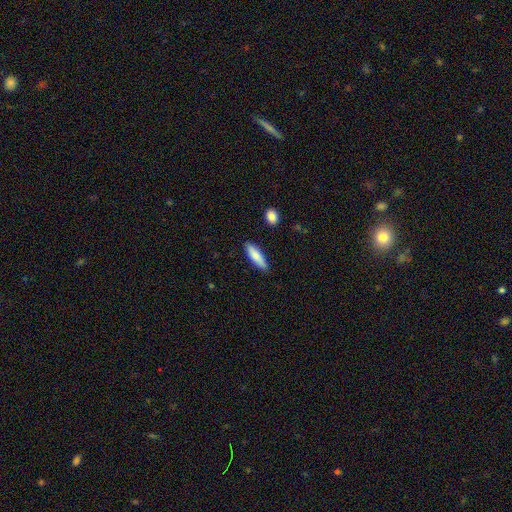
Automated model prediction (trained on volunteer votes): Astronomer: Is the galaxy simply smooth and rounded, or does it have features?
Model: smooth — 82%.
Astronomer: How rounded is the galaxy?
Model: cigar-shaped — 59% (runner-up: in between, 39%).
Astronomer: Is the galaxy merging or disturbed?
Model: none — 88%.